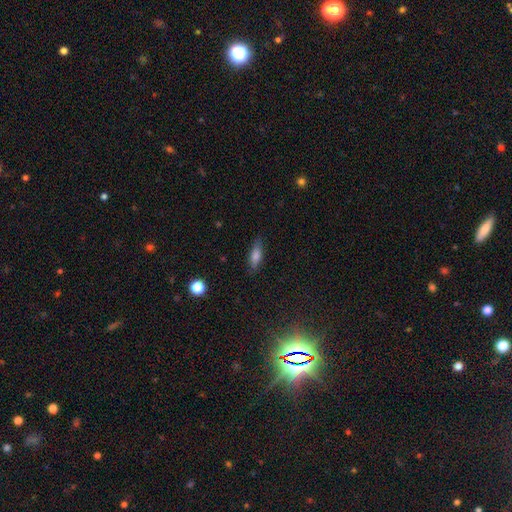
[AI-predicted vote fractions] Smooth or featured? smooth (73%)
How rounded? in between (51%)
Merging? none (83%)